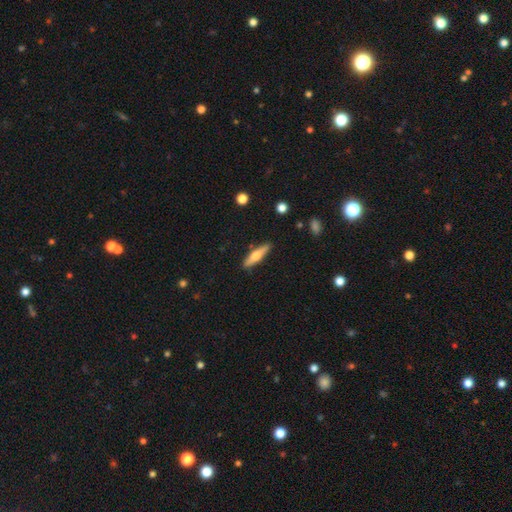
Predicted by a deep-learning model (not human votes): This is possibly a smooth galaxy (51%). How rounded: likely cigar-shaped (74%). Merging: clearly none (87%).